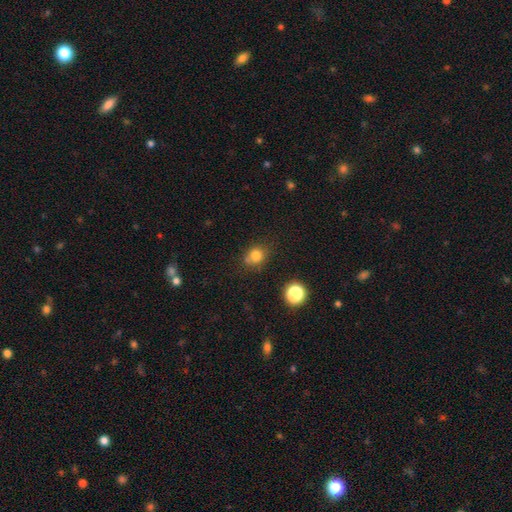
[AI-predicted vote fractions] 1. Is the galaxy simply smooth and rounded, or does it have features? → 78% smooth, 14% star or artifact, 8% featured or disk.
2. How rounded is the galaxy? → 73% round, 26% in between, 1% cigar-shaped.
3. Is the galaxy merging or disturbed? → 63% none, 18% minor disturbance, 13% merger, 5% major disturbance.